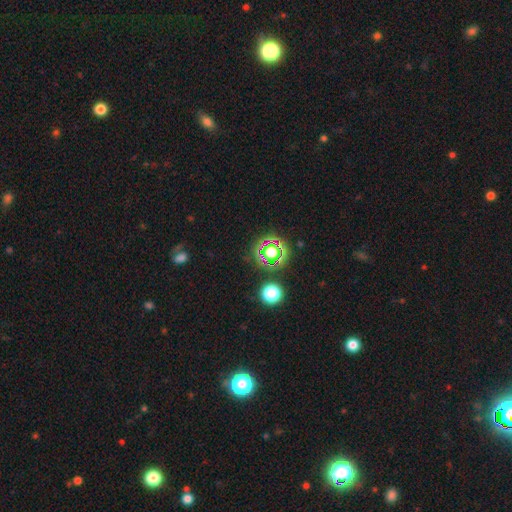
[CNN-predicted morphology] This is likely a star or artifact rather than a galaxy (75%).